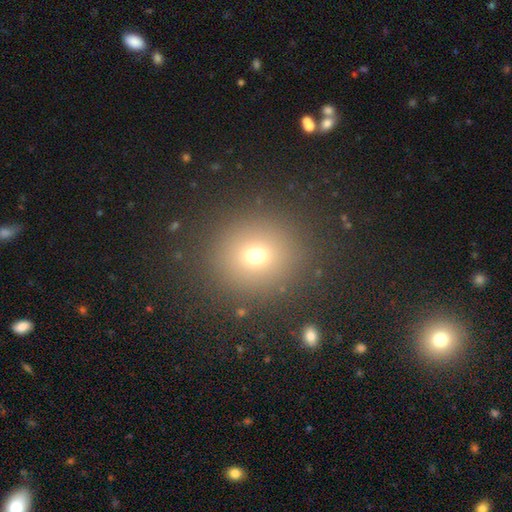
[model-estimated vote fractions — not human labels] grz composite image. It shows a smooth galaxy with no disk features (68%) that is round (87%). Merging: none (89%).